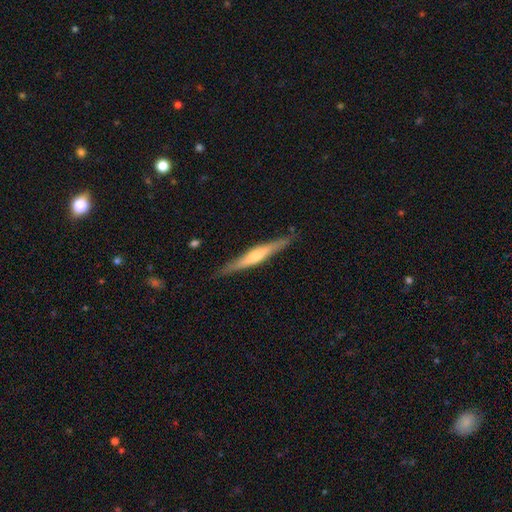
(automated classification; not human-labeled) The model was most divided on "smooth or featured": featured or disk: 63%, smooth: 31%, star or artifact: 5%. More confident: edge-on disk — yes (96%); merging — none (87%); edge-on bulge — rounded (77%).